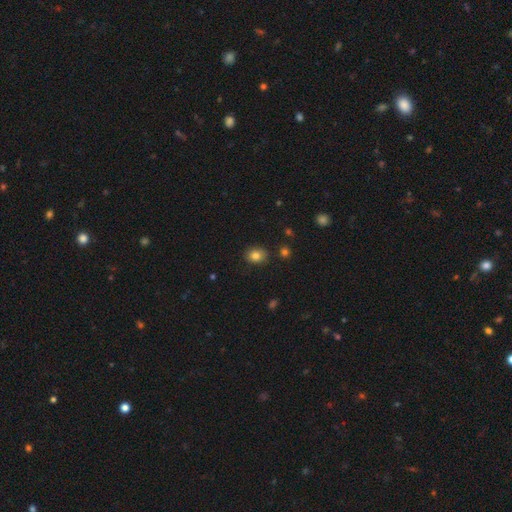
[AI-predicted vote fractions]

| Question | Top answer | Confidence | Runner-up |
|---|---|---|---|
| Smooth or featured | smooth | 82% | star or artifact (11%) |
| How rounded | in between | 50% | round (49%) |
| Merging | none | 85% | minor disturbance (11%) |